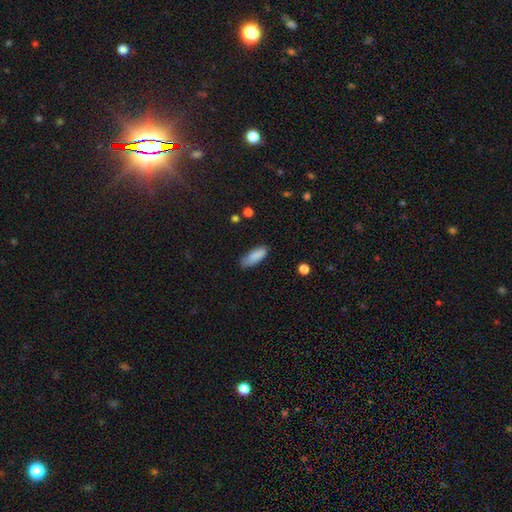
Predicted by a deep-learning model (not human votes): Morphology: type=smooth (87%); roundness=in between (66%); merging=none (72%).